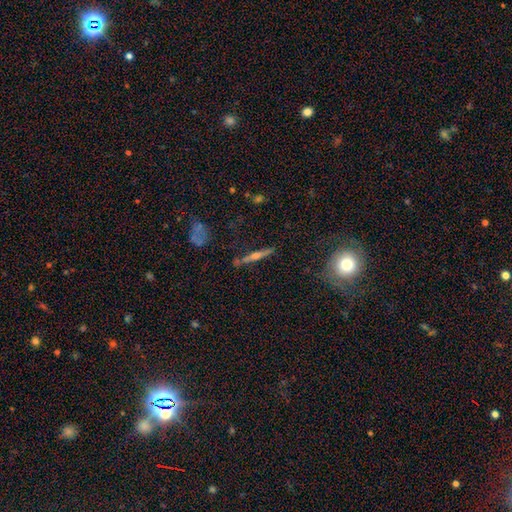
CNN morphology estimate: Overall: featured or disk (65%; smooth 26%). Edge-on disk: yes (95%). Edge-on bulge: rounded (84%). Merging: none (83%).